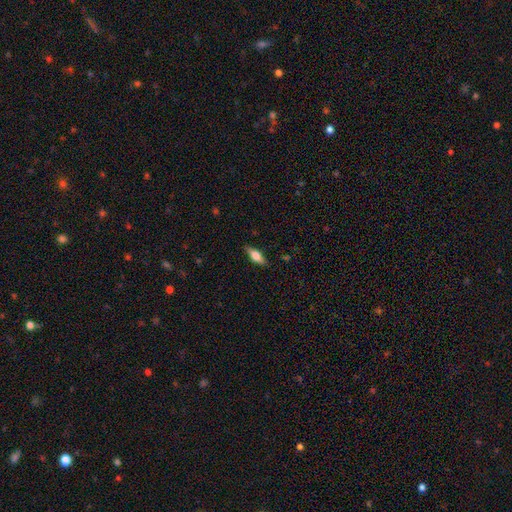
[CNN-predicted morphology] smooth-or-featured: smooth: 53% | featured or disk: 40% | star or artifact: 7%
  how-rounded: in between: 60% | cigar-shaped: 36% | round: 3%
  merging: none: 85% | minor disturbance: 11% | major disturbance: 2% | merger: 1%